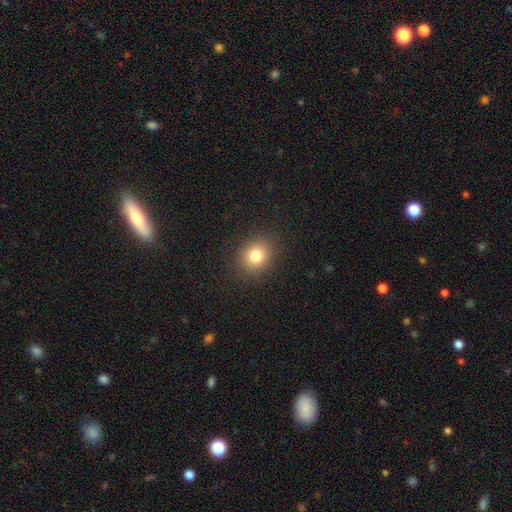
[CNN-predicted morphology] A smooth galaxy with no disk features (80%) that is round (69%). Merging: none (89%).